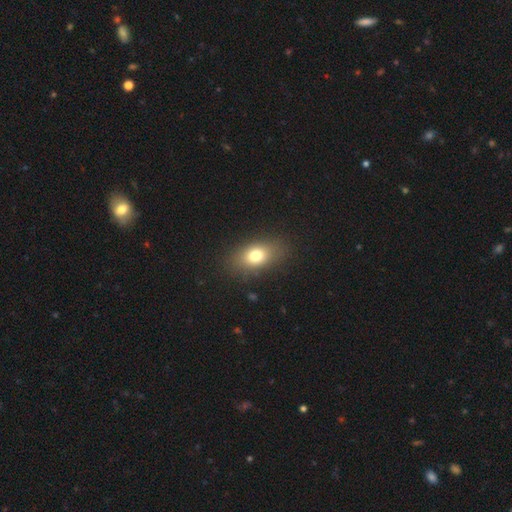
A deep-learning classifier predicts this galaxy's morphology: This is likely a smooth galaxy (76%). How rounded: likely in between (79%). Merging: clearly none (84%).